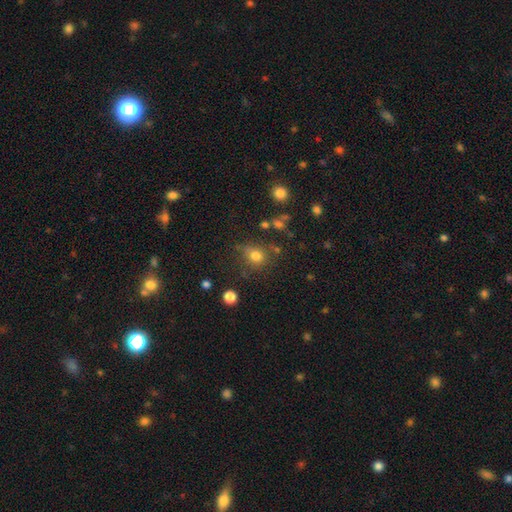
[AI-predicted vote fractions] Smooth or featured? smooth (77%)
How rounded? round (75%)
Merging? none (70%)